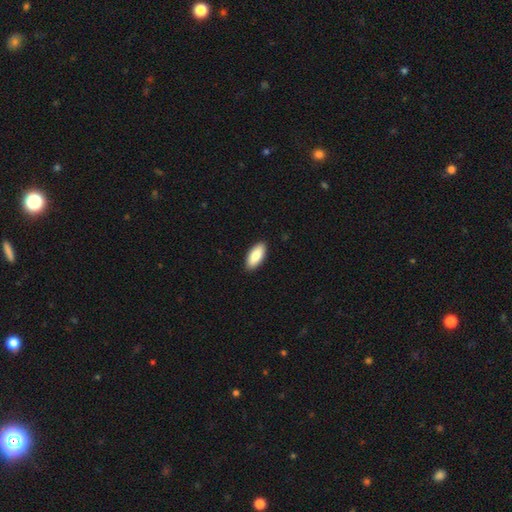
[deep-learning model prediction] This is clearly a smooth galaxy (89%). How rounded: clearly in between (87%). Merging: clearly none (90%).